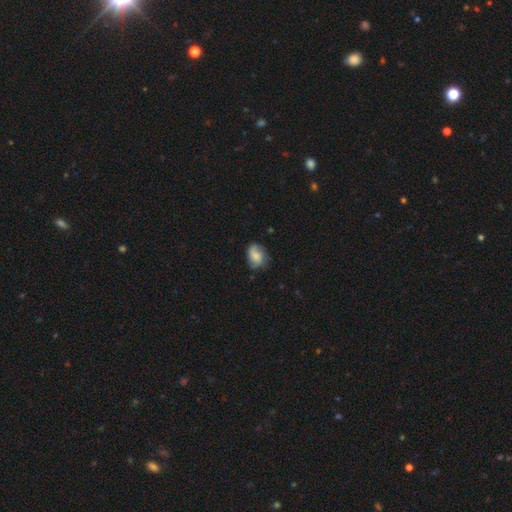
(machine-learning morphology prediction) A smooth galaxy with no disk features (47%).

Vote fractions:
- Smooth or featured? smooth: 47% / featured or disk: 45% / star or artifact: 8%
- Merging? none: 65% / minor disturbance: 25% / major disturbance: 8% / merger: 2%